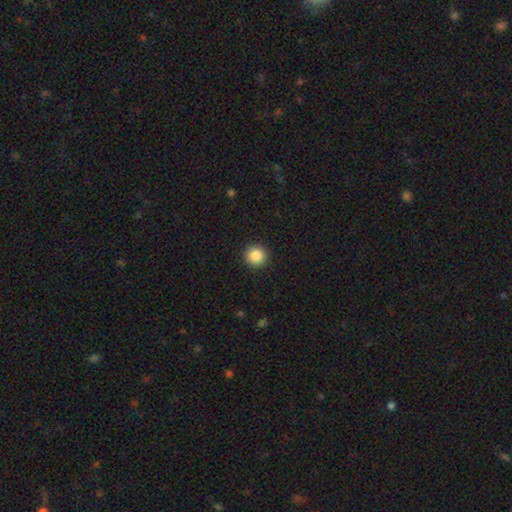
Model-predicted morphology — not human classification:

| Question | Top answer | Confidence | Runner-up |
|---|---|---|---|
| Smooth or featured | smooth | 87% | star or artifact (9%) |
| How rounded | round | 95% | in between (4%) |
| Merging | none | 93% | minor disturbance (5%) |